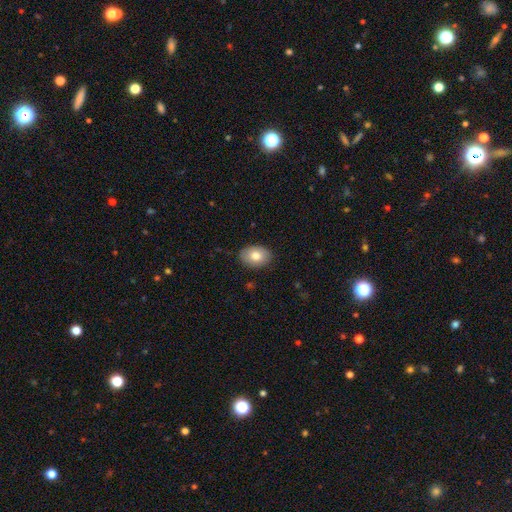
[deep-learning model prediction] Smooth or featured? Predicted: smooth (p=0.80). How rounded? Predicted: in between (p=0.83). Merging? Predicted: none (p=0.86).